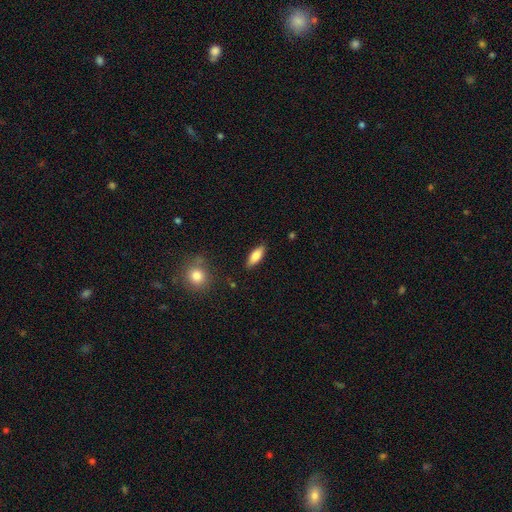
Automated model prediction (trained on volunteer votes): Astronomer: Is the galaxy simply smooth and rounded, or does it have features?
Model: smooth — 78%.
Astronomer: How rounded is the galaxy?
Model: in between — 71%.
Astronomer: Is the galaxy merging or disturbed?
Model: none — 86%.